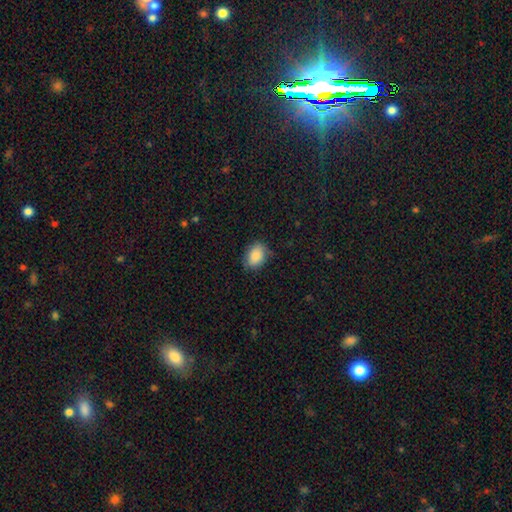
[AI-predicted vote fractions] Smooth or featured?
  - smooth: 86% *
  - star or artifact: 7%
  - featured or disk: 6%
How rounded?
  - in between: 77% *
  - round: 22%
  - cigar-shaped: 1%
Merging?
  - none: 76% *
  - minor disturbance: 19%
  - major disturbance: 4%
  - merger: 1%